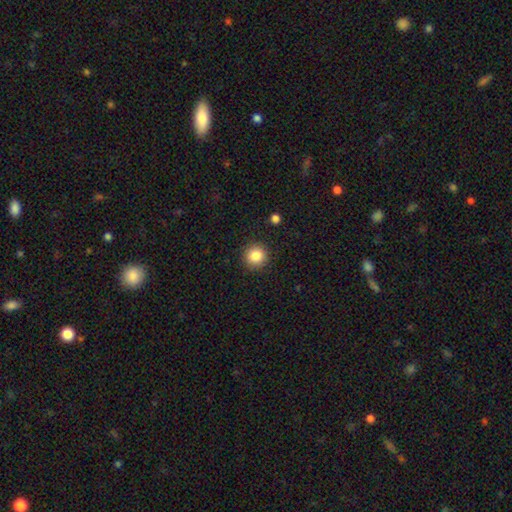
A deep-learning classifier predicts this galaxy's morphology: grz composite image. It shows a smooth galaxy with no disk features (85%) that is round (94%). Merging: none (91%).